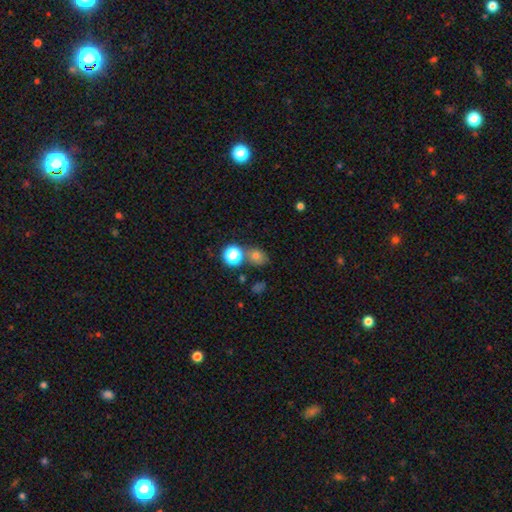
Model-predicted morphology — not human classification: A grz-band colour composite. It shows a smooth galaxy with no disk features (68%) that is round (63%). Merging: none (66%).